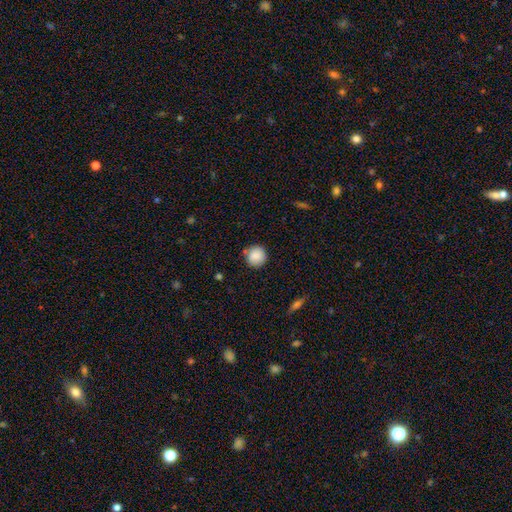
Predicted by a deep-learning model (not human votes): Overall: smooth (87%). How rounded: round (93%). Merging: none (84%).